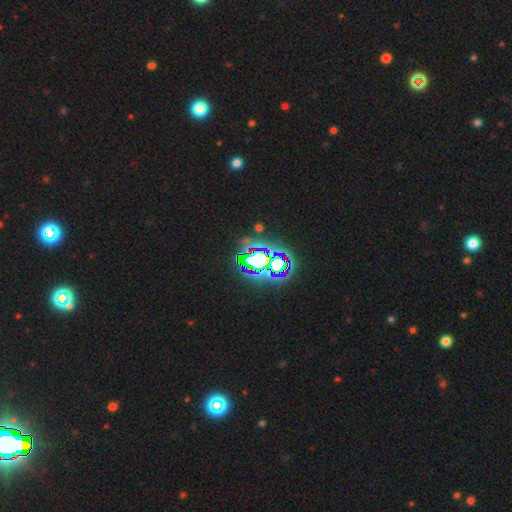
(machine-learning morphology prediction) Smooth or featured?
  - star or artifact: 75% *
  - featured or disk: 13%
  - smooth: 12%